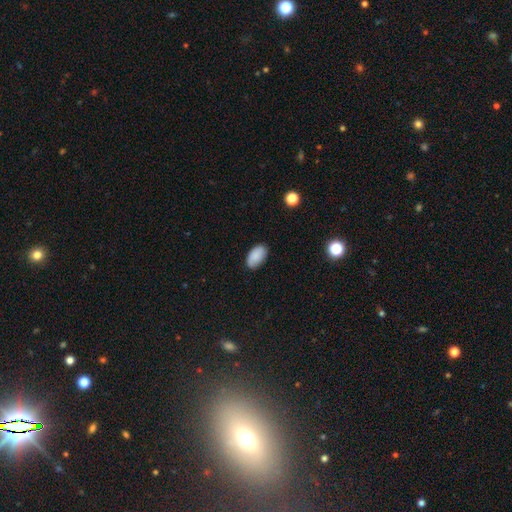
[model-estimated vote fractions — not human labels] Smooth or featured?
  - smooth: 87% *
  - star or artifact: 7%
  - featured or disk: 6%
How rounded?
  - in between: 94% *
  - round: 4%
  - cigar-shaped: 1%
Merging?
  - none: 82% *
  - minor disturbance: 14%
  - major disturbance: 2%
  - merger: 1%